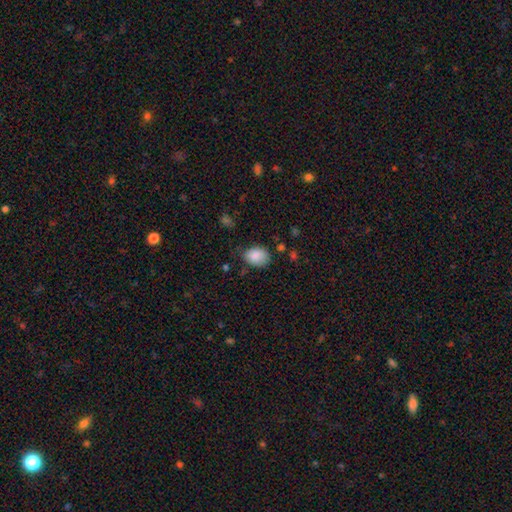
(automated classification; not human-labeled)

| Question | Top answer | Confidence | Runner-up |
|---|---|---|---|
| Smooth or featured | smooth | 87% | star or artifact (8%) |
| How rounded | in between | 69% | round (30%) |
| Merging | none | 66% | minor disturbance (26%) |